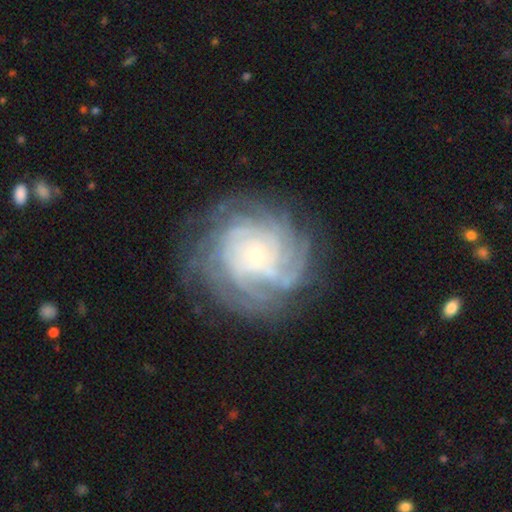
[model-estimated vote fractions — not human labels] Smooth or featured? featured or disk (84%)
Edge-on disk? no (97%)
Bar? no (80%)
Spiral arms? yes (95%)
Spiral winding? tight (77%)
Spiral arm count? more than 4 (30%)
Bulge size? small (80%)
Merging? none (75%)